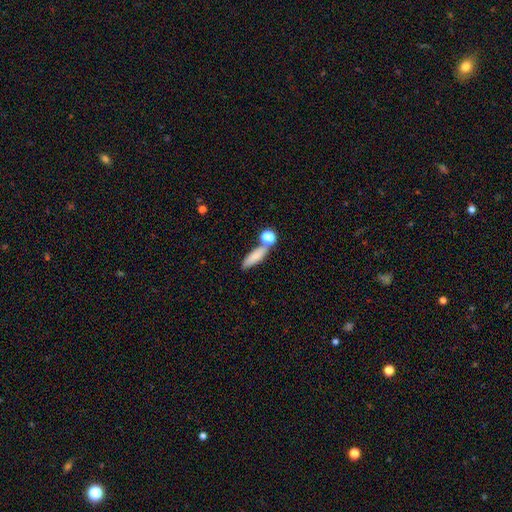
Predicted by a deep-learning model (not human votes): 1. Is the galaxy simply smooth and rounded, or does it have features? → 80% smooth, 11% featured or disk, 8% star or artifact.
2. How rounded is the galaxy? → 47% cigar-shaped (tied), 47% in between (tied), 6% round.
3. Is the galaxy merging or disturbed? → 61% none, 22% merger, 13% minor disturbance, 5% major disturbance.